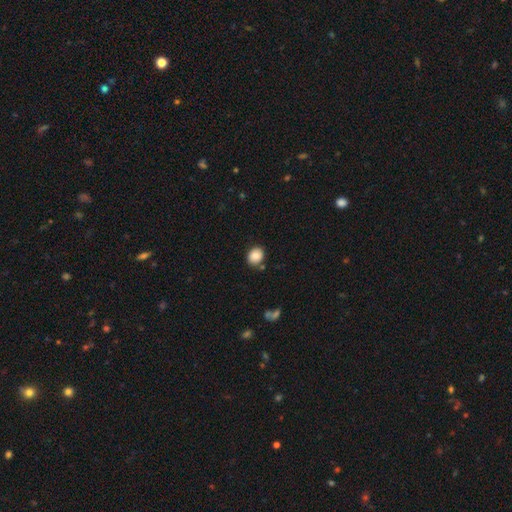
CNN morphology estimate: Smooth or featured: smooth — 84% (star or artifact — 9%)
How rounded: round — 63% (in between — 36%)
Merging: none — 79% (minor disturbance — 13%)